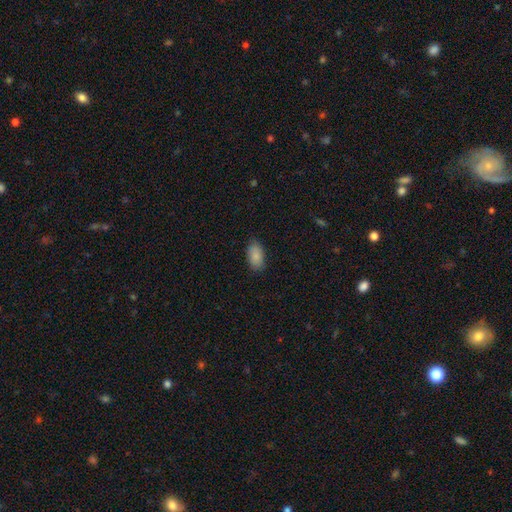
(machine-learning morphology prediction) type=smooth (88%); roundness=in between (94%); merging=none (86%).